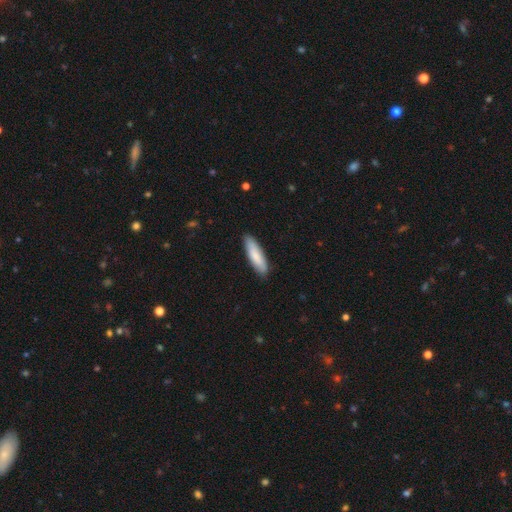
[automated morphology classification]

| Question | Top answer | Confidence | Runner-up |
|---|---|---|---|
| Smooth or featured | smooth | 83% | featured or disk (12%) |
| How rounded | cigar-shaped | 61% | in between (38%) |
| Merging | none | 86% | minor disturbance (11%) |